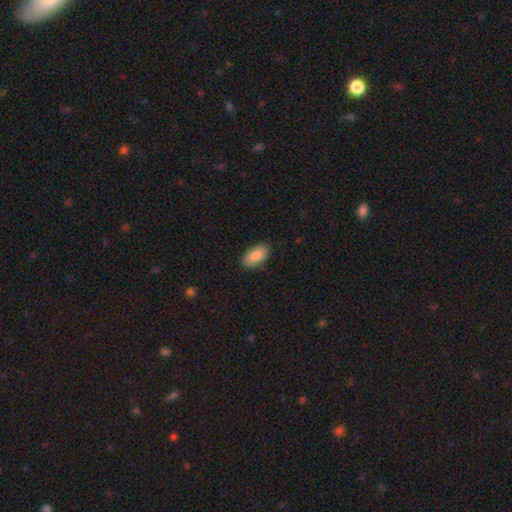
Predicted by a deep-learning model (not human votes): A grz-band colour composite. It shows a smooth galaxy with no disk features (86%) that is in between round and cigar-shaped (94%). Merging: none (87%).